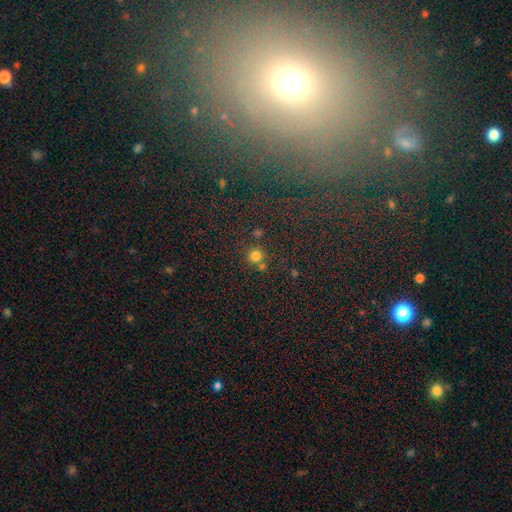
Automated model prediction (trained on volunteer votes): Overall: smooth (74%). How rounded: round (92%). Merging: none (69%).